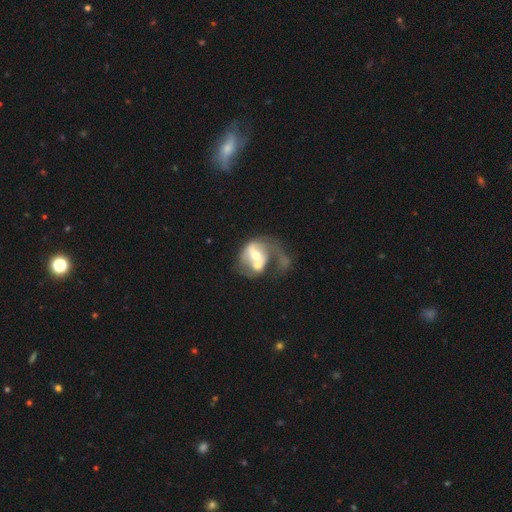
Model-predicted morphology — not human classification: Smooth or featured: featured or disk — 66% (smooth — 28%)
Edge-on disk: no — 97% (yes — 3%)
Bar: no — 50% (weak — 35%)
Spiral arms: yes — 66% (no — 34%)
Bulge size: moderate — 64% (small — 21%)
Merging: merger — 49% (major disturbance — 27%)